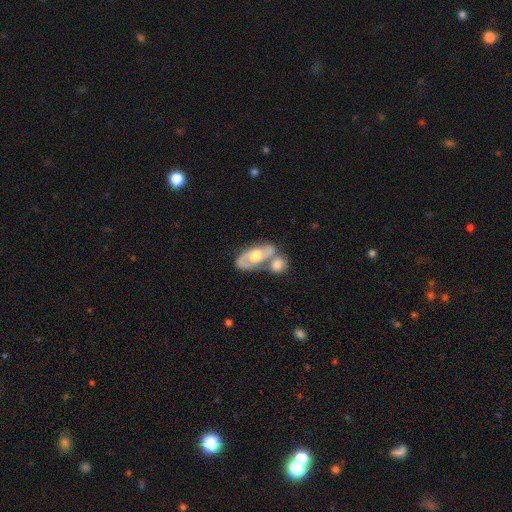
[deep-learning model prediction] Smooth or featured? featured or disk (72%)
Edge-on disk? no (93%)
Bar? no (58%)
Spiral arms? yes (81%)
Spiral winding? medium (50%)
Spiral arm count? 2 (81%)
Bulge size? moderate (70%)
Merging? merger (46%)